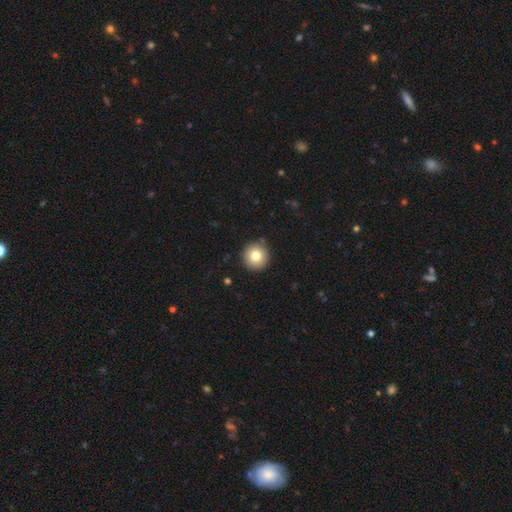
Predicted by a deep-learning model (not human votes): The model was most divided on "smooth or featured": smooth: 78%, featured or disk: 12%, star or artifact: 10%. More confident: how rounded — round (96%); merging — none (91%).